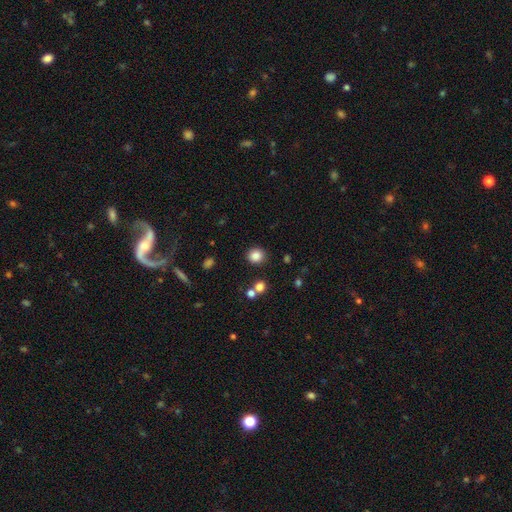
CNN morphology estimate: smooth 84%, star or artifact 11%, featured or disk 5%. Down the decision tree: how rounded — round (82%); merging — none (86%).